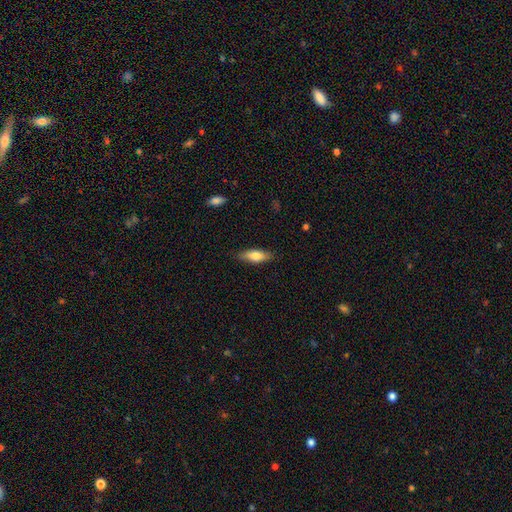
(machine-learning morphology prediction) Smooth or featured?
  - smooth: 73% *
  - featured or disk: 21%
  - star or artifact: 6%
How rounded?
  - in between: 60% *
  - cigar-shaped: 37%
  - round: 2%
Merging?
  - none: 85% *
  - minor disturbance: 12%
  - major disturbance: 2%
  - merger: 1%